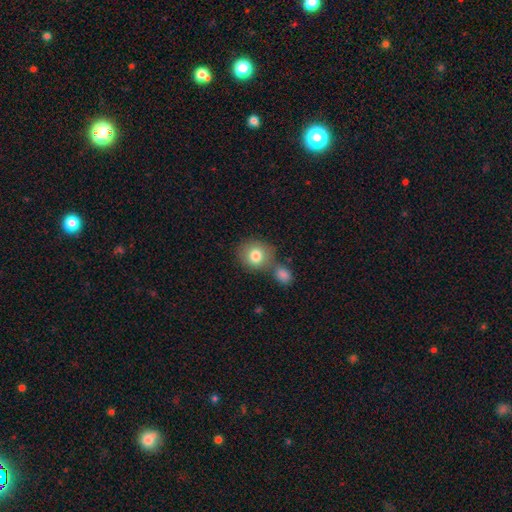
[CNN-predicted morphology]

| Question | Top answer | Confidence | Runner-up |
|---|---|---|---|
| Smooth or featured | smooth | 80% | featured or disk (11%) |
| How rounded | round | 80% | in between (19%) |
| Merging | none | 57% | merger (27%) |